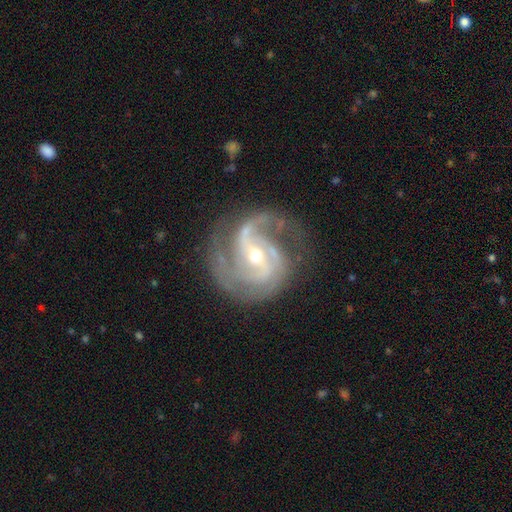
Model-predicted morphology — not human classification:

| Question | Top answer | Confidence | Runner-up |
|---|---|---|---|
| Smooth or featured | featured or disk | 92% | star or artifact (5%) |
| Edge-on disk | no | 98% | yes (2%) |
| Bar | weak | 45% | strong (28%) |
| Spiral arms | yes | 98% | no (2%) |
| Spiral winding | medium | 54% | tight (33%) |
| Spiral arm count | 2 | 50% | 3 (29%) |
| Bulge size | small | 54% | moderate (43%) |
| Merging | none | 69% | minor disturbance (18%) |